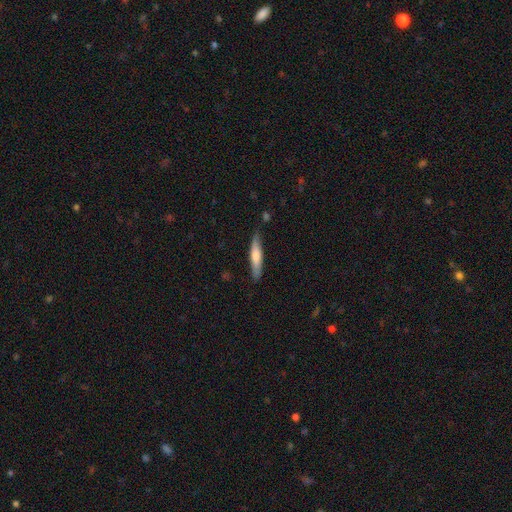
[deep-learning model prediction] Q: Smooth or featured?
A: smooth (63%); runner-up: featured or disk (31%)
Q: How rounded?
A: cigar-shaped (85%); runner-up: in between (13%)
Q: Merging?
A: none (80%); runner-up: minor disturbance (15%)